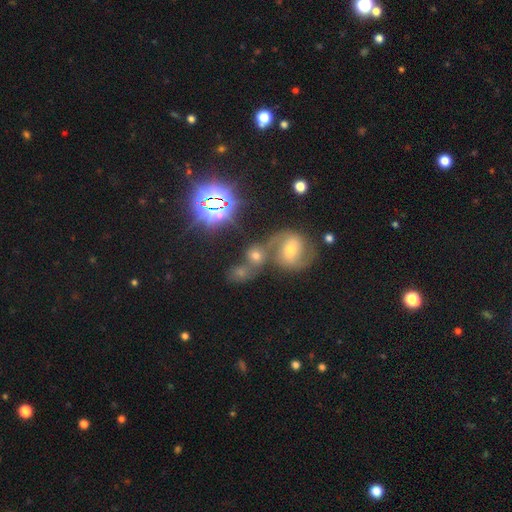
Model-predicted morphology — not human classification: Smooth or featured: smooth — 44% (featured or disk — 31%)
Merging: merger — 53% (none — 32%)